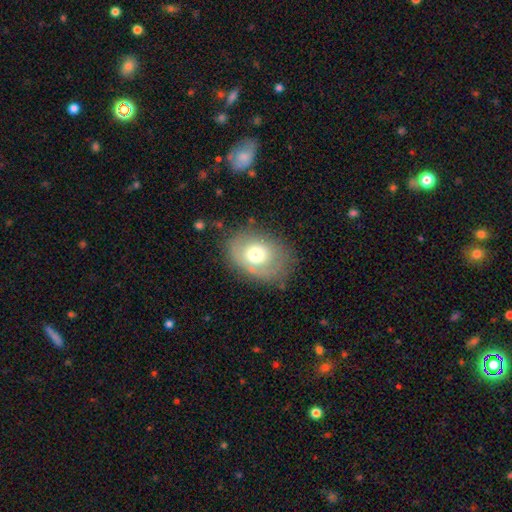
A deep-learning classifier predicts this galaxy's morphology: A smooth galaxy with no disk features (58%) that is in between round and cigar-shaped (70%).

Vote fractions:
- Smooth or featured? smooth: 58% / featured or disk: 33% / star or artifact: 8%
- How rounded? in between: 70% / round: 29% / cigar-shaped: 1%
- Merging? none: 67% / minor disturbance: 22% / major disturbance: 8% / merger: 2%